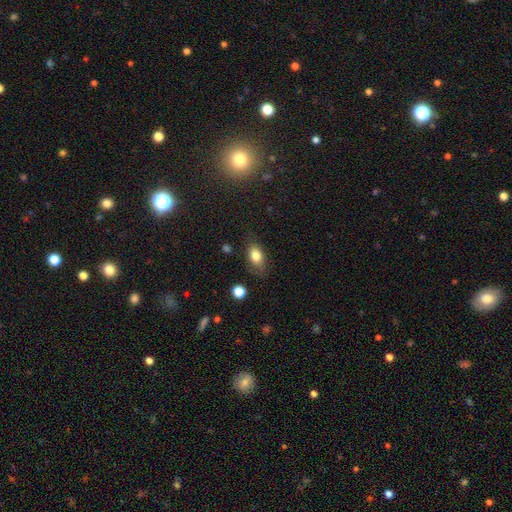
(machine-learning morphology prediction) This appears to be a smooth galaxy with no disk features (80%) that is in between round and cigar-shaped (82%). Merging: none (70%).